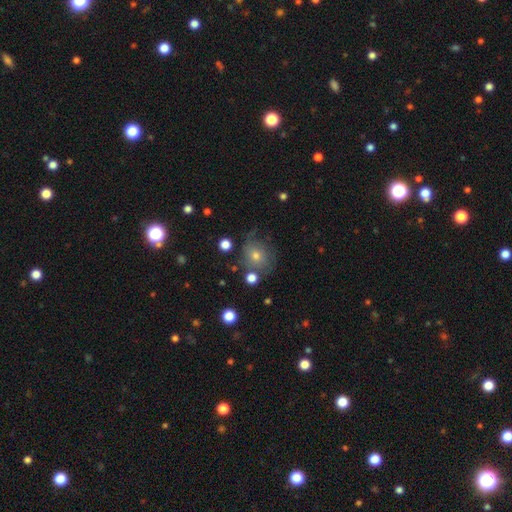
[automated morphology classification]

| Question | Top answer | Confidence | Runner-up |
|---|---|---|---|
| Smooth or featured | smooth | 66% | featured or disk (22%) |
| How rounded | round | 75% | in between (24%) |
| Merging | none | 58% | minor disturbance (23%) |